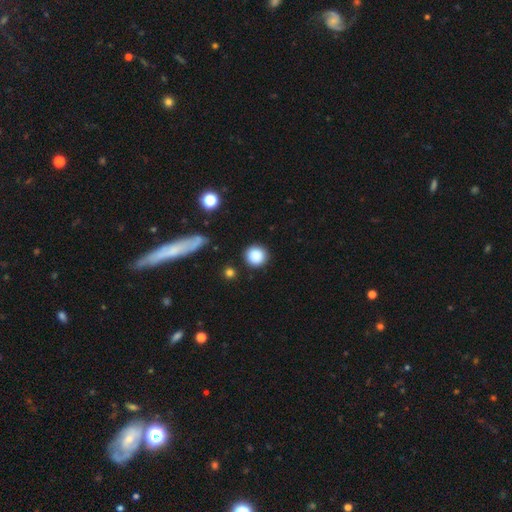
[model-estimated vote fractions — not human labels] Smooth or featured: smooth — 87% (star or artifact — 9%)
How rounded: round — 93% (in between — 6%)
Merging: none — 87% (minor disturbance — 8%)